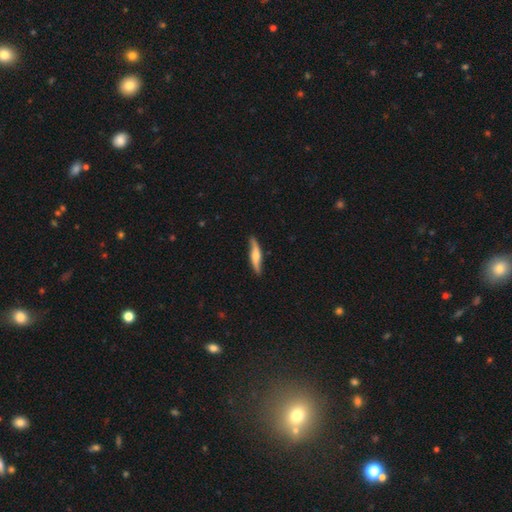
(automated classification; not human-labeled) A featured or disk galaxy (53%) viewed edge-on (75%).

Vote fractions:
- Smooth or featured? featured or disk: 53% / smooth: 42% / star or artifact: 5%
- Edge-on disk? yes: 75% / no: 25%
- Merging? none: 81% / minor disturbance: 15% / major disturbance: 2% / merger: 1%